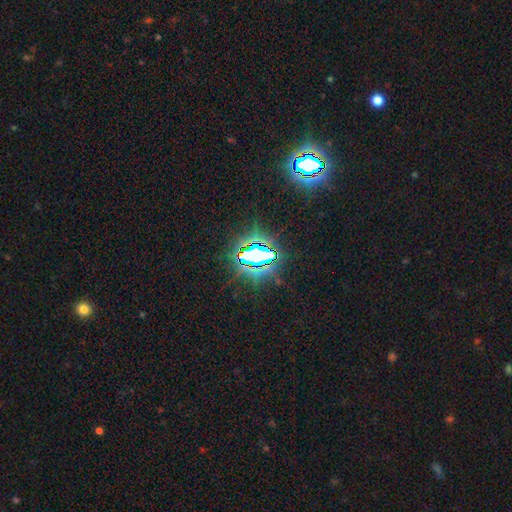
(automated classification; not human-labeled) Smooth or featured: star or artifact — 78% (smooth — 12%)